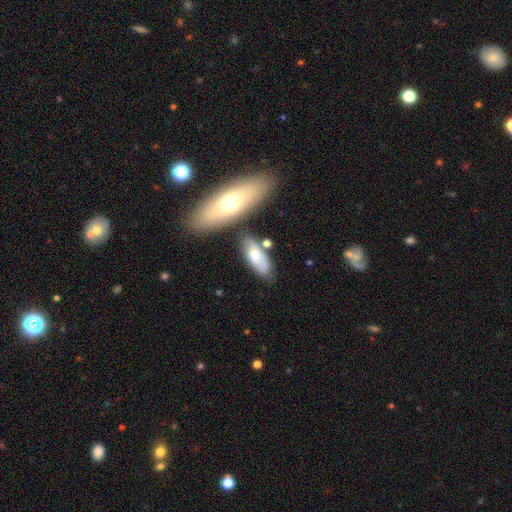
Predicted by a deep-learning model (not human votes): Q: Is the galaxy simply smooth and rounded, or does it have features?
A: smooth — 53%.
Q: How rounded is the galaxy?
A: in between — 79%.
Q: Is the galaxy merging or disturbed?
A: none — 61%.